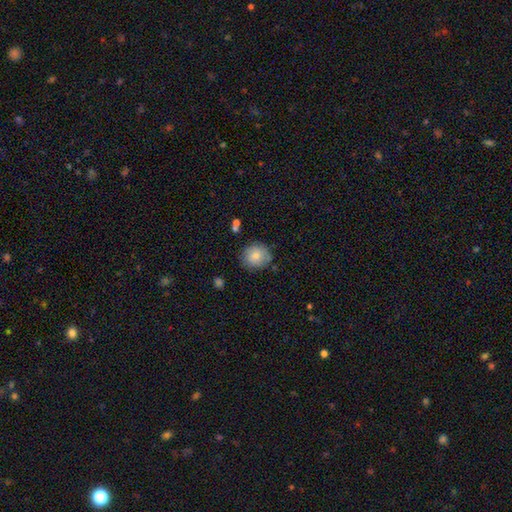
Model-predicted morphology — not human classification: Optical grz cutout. It shows a smooth galaxy with no disk features (78%) that is round (87%). Merging: none (76%).